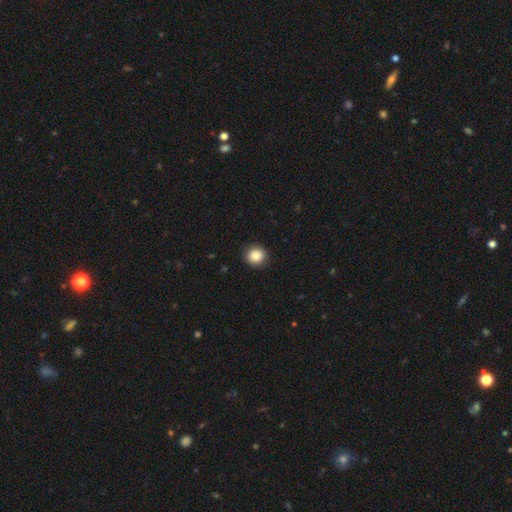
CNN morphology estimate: Smooth or featured? smooth (86%)
How rounded? round (87%)
Merging? none (89%)